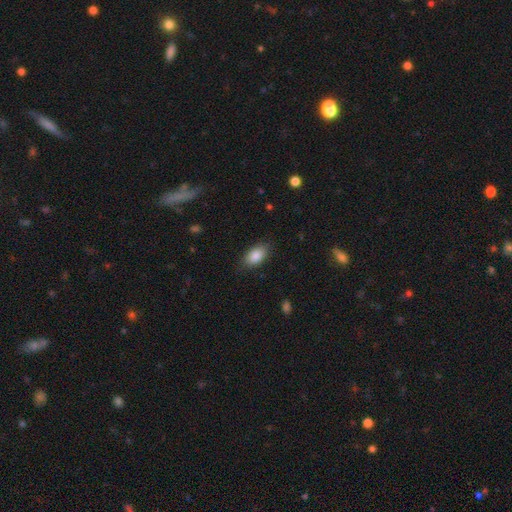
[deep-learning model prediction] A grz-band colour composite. It shows a smooth galaxy with no disk features (86%) that is in between round and cigar-shaped (91%). Merging: none (82%).